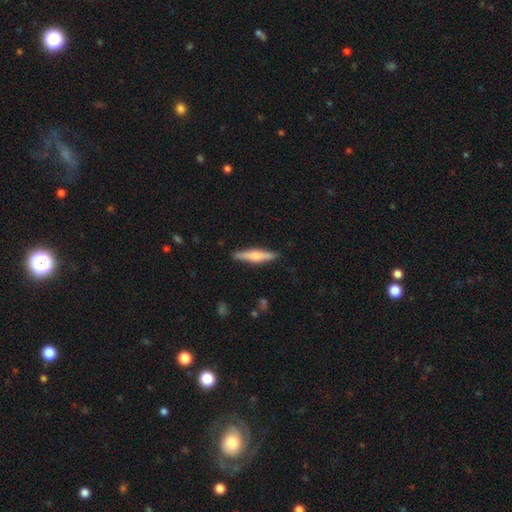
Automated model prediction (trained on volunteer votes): Morphology: type=featured or disk (51%); edge-on=yes (96%); merging=none (90%).